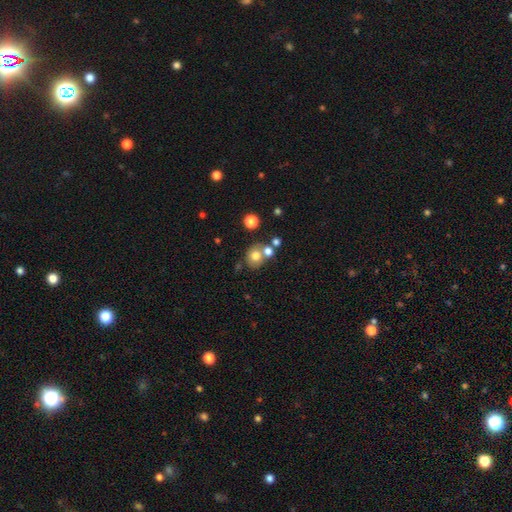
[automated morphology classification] The model was most divided on "merging": none: 56%, merger: 29%, minor disturbance: 11%, major disturbance: 4%. More confident: how rounded — round (75%); smooth or featured — smooth (73%).